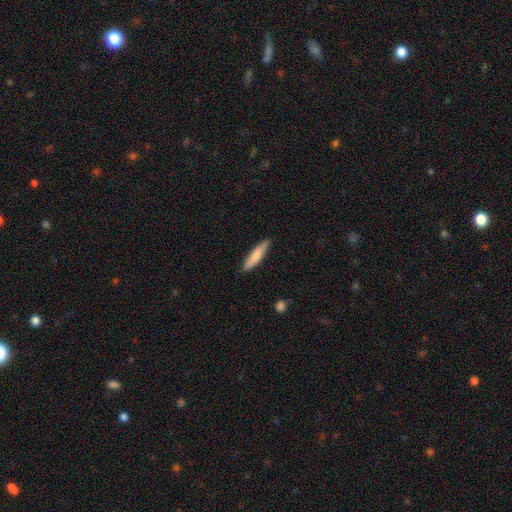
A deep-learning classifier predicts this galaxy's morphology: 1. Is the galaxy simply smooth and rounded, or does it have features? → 81% smooth, 14% featured or disk, 5% star or artifact.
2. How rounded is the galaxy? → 82% cigar-shaped, 17% in between, 1% round.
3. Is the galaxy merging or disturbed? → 84% none, 13% minor disturbance, 2% major disturbance, 1% merger.